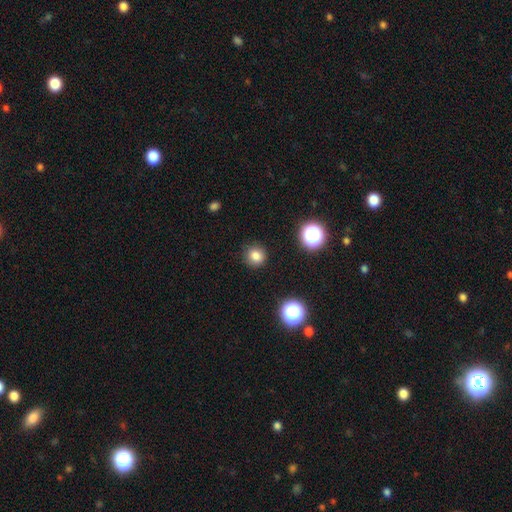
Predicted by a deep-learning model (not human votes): A smooth galaxy with no disk features (81%) that is round (90%). Merging: none (90%).